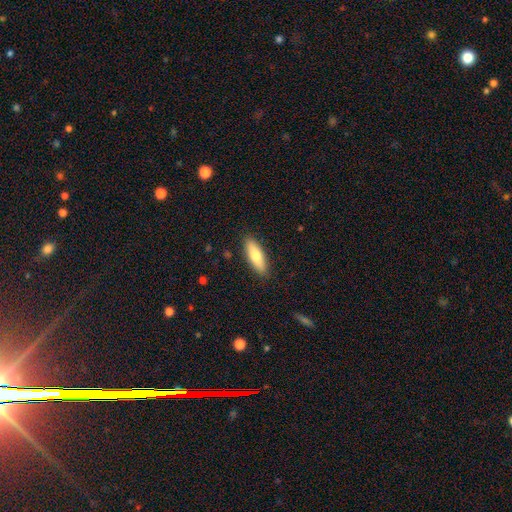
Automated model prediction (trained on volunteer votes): Q: Smooth or featured?
A: smooth (75%); runner-up: featured or disk (19%)
Q: How rounded?
A: in between (57%); runner-up: cigar-shaped (41%)
Q: Merging?
A: none (89%); runner-up: minor disturbance (8%)